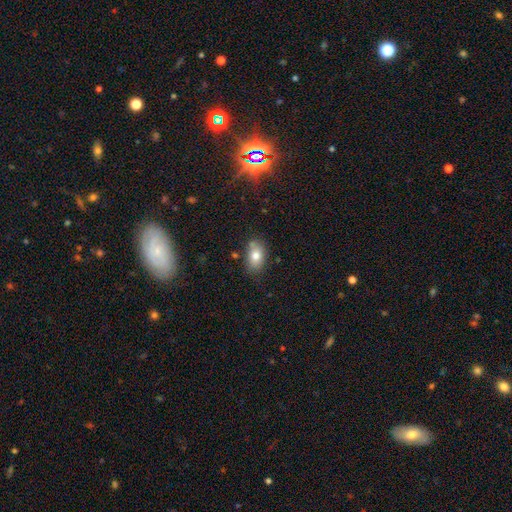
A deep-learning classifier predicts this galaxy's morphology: Q: Smooth or featured?
A: smooth (78%); runner-up: featured or disk (13%)
Q: How rounded?
A: in between (85%); runner-up: round (13%)
Q: Merging?
A: none (74%); runner-up: minor disturbance (16%)